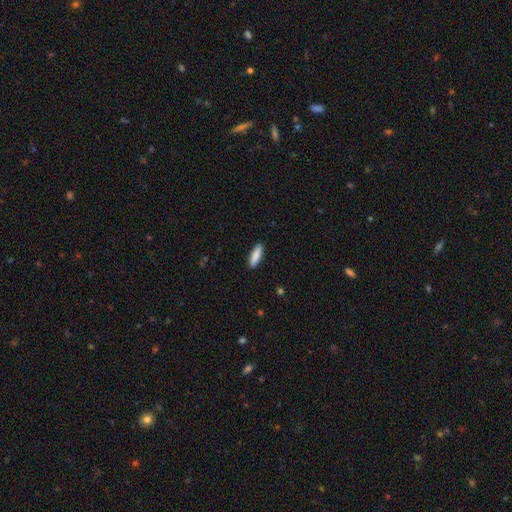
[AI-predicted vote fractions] Overall: smooth (88%). How rounded: cigar-shaped (52%; in between 47%). Merging: none (90%).